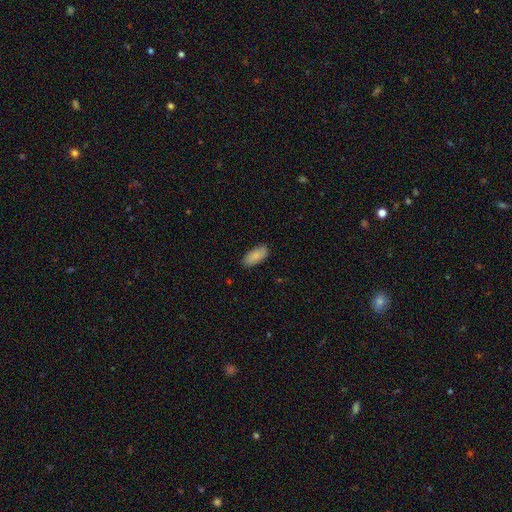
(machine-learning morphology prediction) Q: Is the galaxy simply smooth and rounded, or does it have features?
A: smooth — 87%.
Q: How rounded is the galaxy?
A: in between — 89%.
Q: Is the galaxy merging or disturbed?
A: none — 87%.